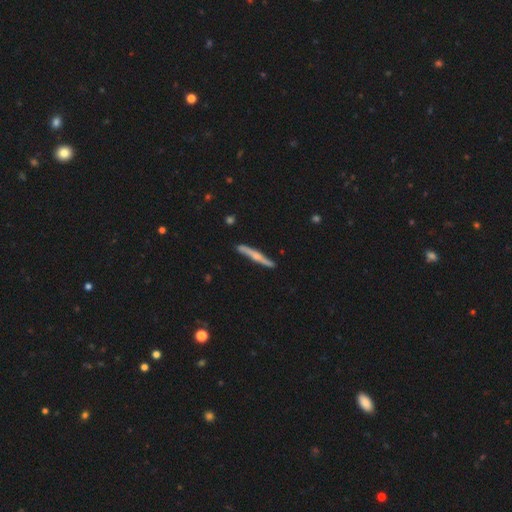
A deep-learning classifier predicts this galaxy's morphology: This appears to be a featured or disk galaxy (64%) viewed edge-on (94%) with a rounded central bulge (75%). Merging: none (85%).